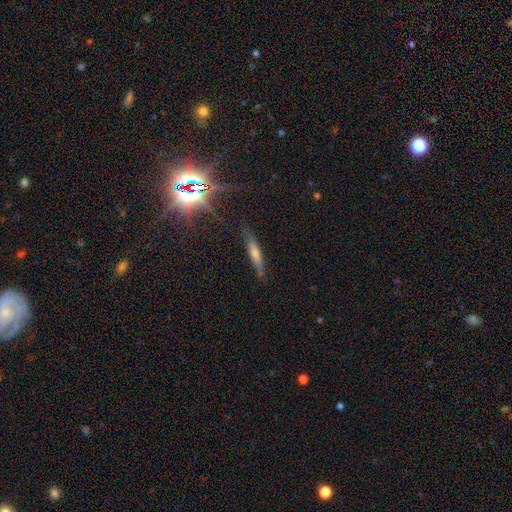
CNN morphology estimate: The model was most divided on "smooth or featured": featured or disk: 46%, smooth: 28%, star or artifact: 26%. More confident: merging — none (82%).